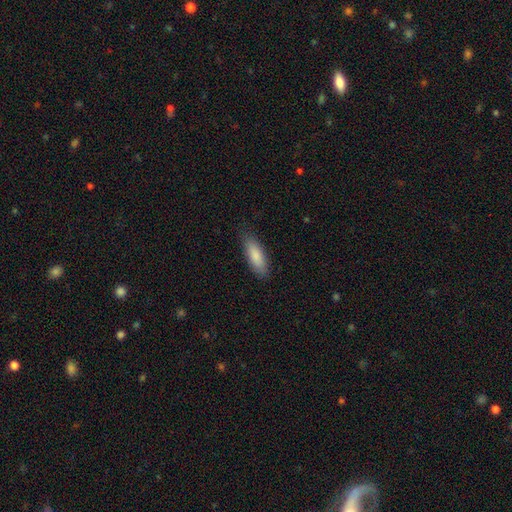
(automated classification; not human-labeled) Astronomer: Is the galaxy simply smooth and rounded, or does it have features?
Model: smooth — 85%.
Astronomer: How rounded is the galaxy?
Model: in between — 60% (runner-up: cigar-shaped, 38%).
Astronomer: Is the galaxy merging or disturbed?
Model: none — 84%.